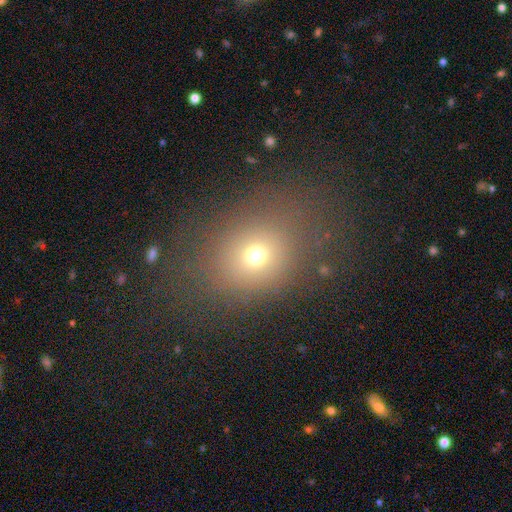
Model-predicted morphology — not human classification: Smooth or featured? smooth (68%)
How rounded? round (57%)
Merging? none (74%)